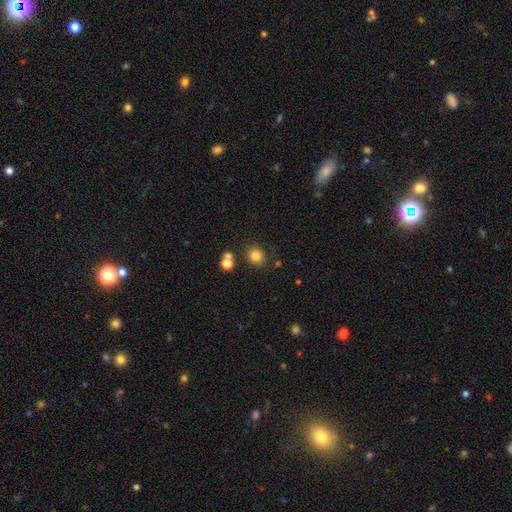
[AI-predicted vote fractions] Overall: smooth (82%). How rounded: round (76%). Merging: none (79%).